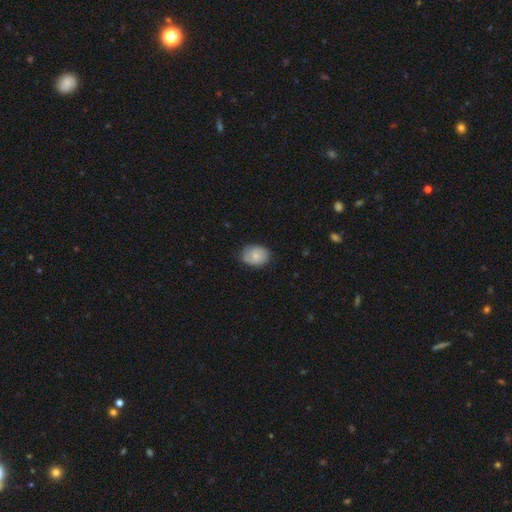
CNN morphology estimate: Q: Smooth or featured?
A: smooth (70%); runner-up: featured or disk (23%)
Q: How rounded?
A: in between (59%); runner-up: round (40%)
Q: Merging?
A: none (70%); runner-up: minor disturbance (24%)